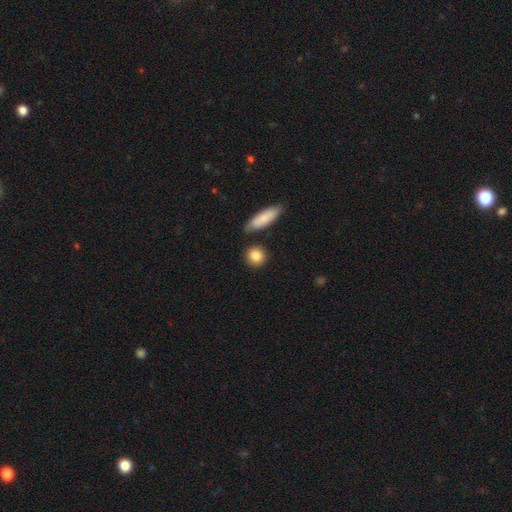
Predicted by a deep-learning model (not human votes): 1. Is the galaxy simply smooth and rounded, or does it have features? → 85% smooth, 7% featured or disk, 7% star or artifact.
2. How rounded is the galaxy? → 81% round, 16% in between, 4% cigar-shaped.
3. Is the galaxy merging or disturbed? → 81% none, 10% minor disturbance, 6% merger, 3% major disturbance.